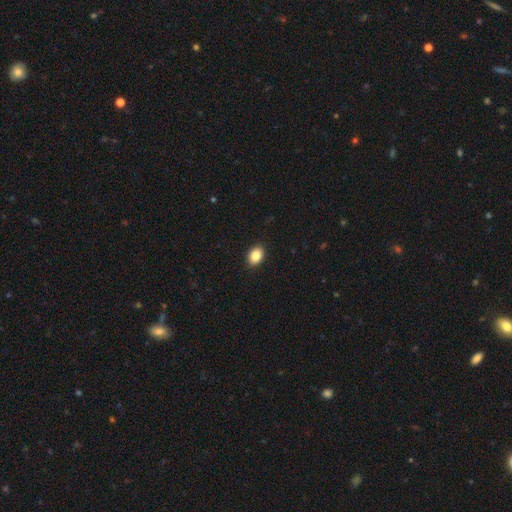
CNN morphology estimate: Smooth or featured: smooth — 86% (star or artifact — 8%)
How rounded: in between — 78% (round — 21%)
Merging: none — 91% (minor disturbance — 7%)